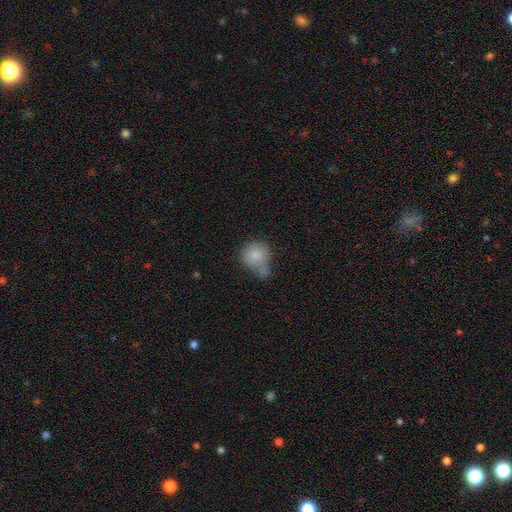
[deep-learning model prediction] Smooth or featured: smooth — 81% (featured or disk — 11%)
How rounded: round — 75% (in between — 24%)
Merging: none — 33% (merger — 27%)